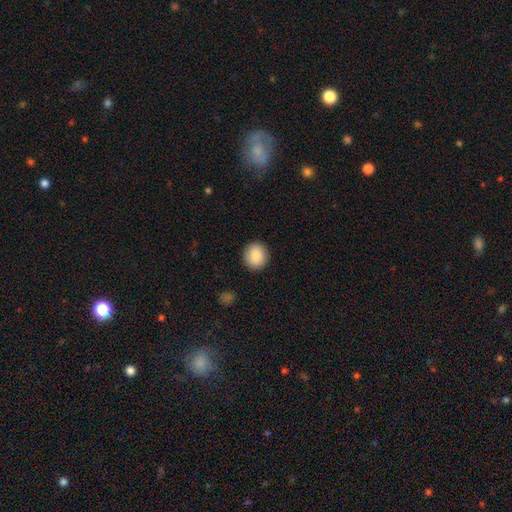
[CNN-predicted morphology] This is clearly a smooth galaxy (87%). How rounded: clearly round (87%). Merging: clearly none (91%).